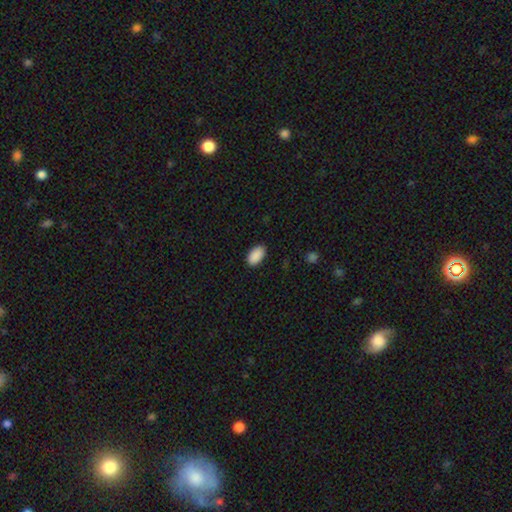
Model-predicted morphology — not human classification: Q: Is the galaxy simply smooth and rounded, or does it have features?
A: smooth — 90%.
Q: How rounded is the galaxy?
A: in between — 94%.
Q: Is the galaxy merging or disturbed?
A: none — 88%.